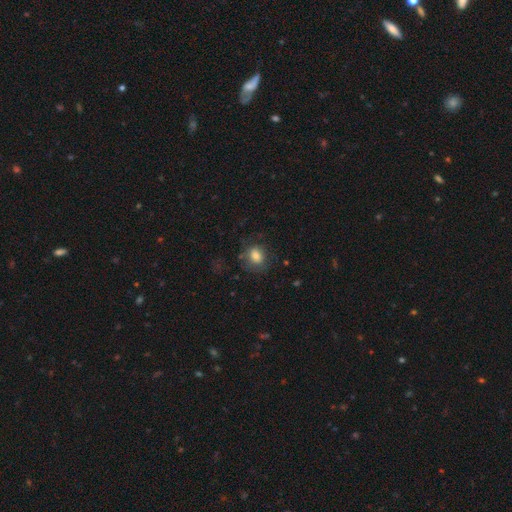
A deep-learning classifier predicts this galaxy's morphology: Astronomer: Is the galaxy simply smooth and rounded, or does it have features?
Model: smooth — 77%.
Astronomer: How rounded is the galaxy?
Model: round — 57% (runner-up: in between, 41%).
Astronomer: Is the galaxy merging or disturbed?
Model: none — 65%.